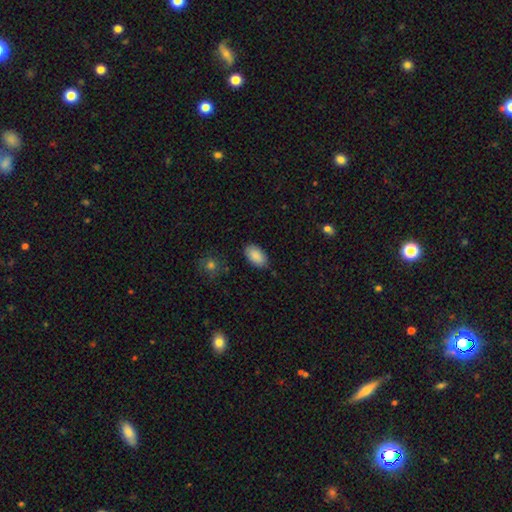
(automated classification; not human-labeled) Smooth or featured: smooth — 89% (star or artifact — 7%)
How rounded: in between — 95% (round — 3%)
Merging: none — 85% (minor disturbance — 11%)